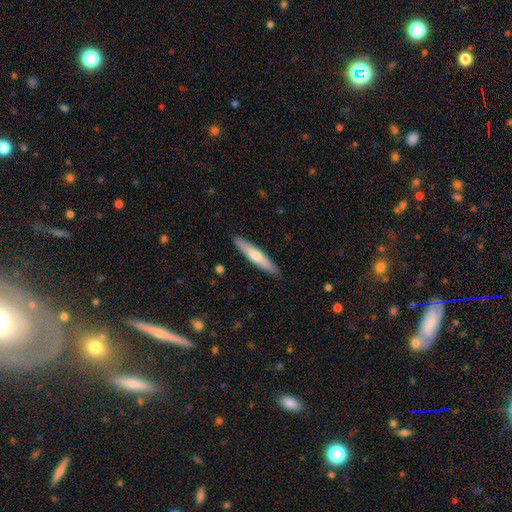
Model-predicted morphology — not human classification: smooth_or_featured: smooth (p=0.59) [alt: featured or disk p=0.37]
how_rounded: cigar-shaped (p=0.90) [alt: in between p=0.09]
merging: none (p=0.90) [alt: minor disturbance p=0.07]